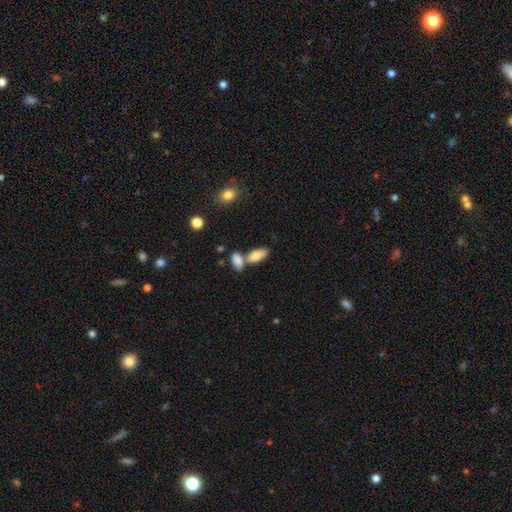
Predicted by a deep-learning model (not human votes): This appears to be a smooth galaxy with no disk features (83%) that is in between round and cigar-shaped (88%). Merging: none (46%).